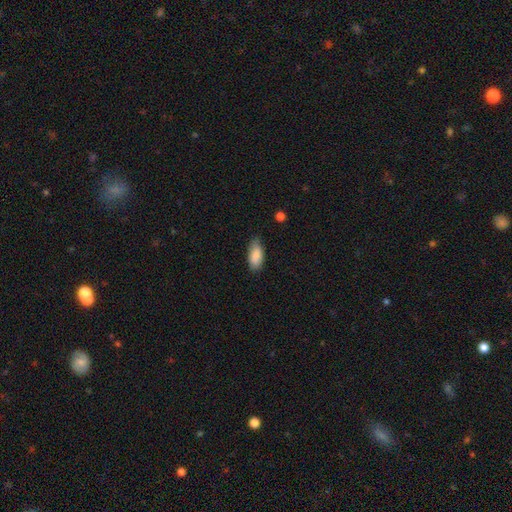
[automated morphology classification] The model was most divided on "merging": none: 73%, minor disturbance: 22%, major disturbance: 3%, merger: 1%. More confident: how rounded — in between (87%); smooth or featured — smooth (87%).